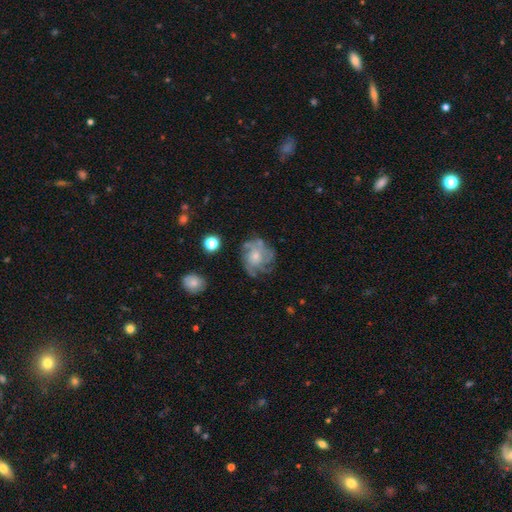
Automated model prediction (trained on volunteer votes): This is likely a featured or disk galaxy (71%). It is clearly not viewed edge-on (98%). Bar: likely no (79%). Spiral arm pattern: clearly yes (85%). Spiral arm count: marginally can't tell (41%). Spiral winding: possibly tight (47%). Central bulge: possibly small (54%). Merging: likely none (61%).